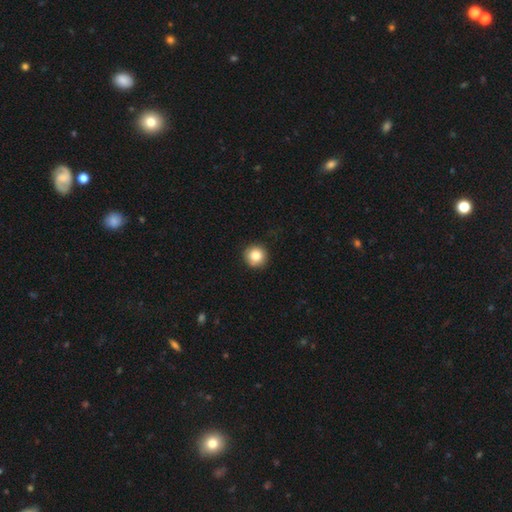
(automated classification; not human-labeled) A smooth galaxy with no disk features (85%) that is round (94%).

Vote fractions:
- Smooth or featured? smooth: 85% / star or artifact: 10% / featured or disk: 5%
- How rounded? round: 94% / in between: 5% / cigar-shaped: 1%
- Merging? none: 88% / minor disturbance: 9% / major disturbance: 2% / merger: 1%